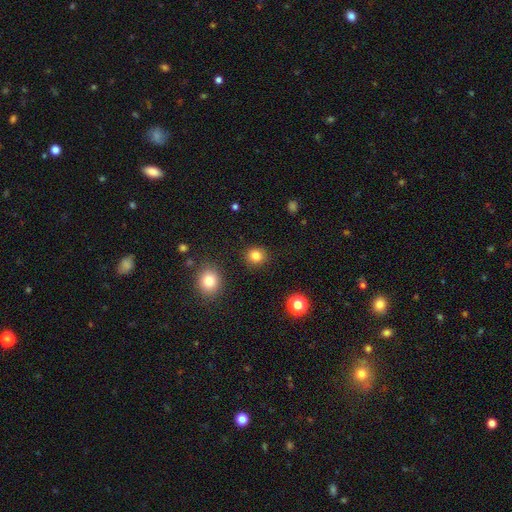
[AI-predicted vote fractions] smooth-or-featured: smooth: 83% | star or artifact: 12% | featured or disk: 5%
  how-rounded: round: 87% | in between: 12% | cigar-shaped: 1%
  merging: none: 90% | minor disturbance: 6% | major disturbance: 2% | merger: 2%